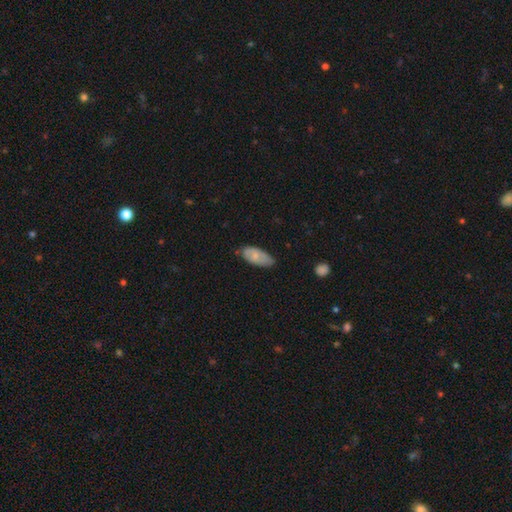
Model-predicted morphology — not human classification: Q: Smooth or featured?
A: smooth (69%); runner-up: featured or disk (25%)
Q: How rounded?
A: in between (89%); runner-up: cigar-shaped (8%)
Q: Merging?
A: none (59%); runner-up: minor disturbance (34%)